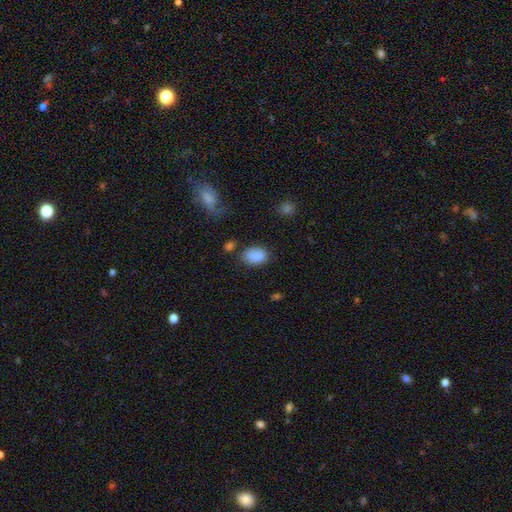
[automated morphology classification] Q: Smooth or featured?
A: smooth (86%); runner-up: star or artifact (8%)
Q: How rounded?
A: in between (82%); runner-up: round (17%)
Q: Merging?
A: none (70%); runner-up: minor disturbance (19%)